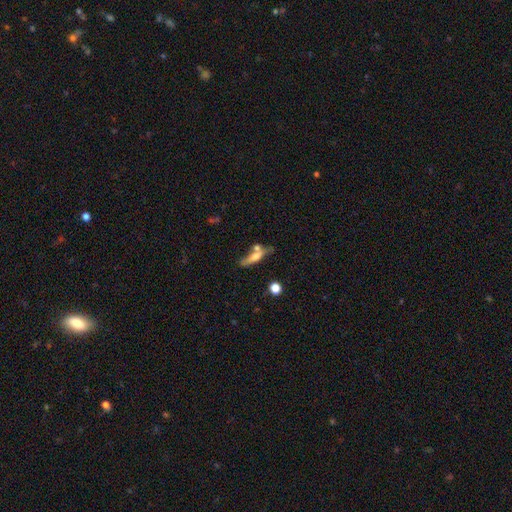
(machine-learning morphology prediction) The model was most divided on "smooth or featured": smooth: 53%, featured or disk: 39%, star or artifact: 8%. More confident: how rounded — cigar-shaped (68%); merging — none (50%).